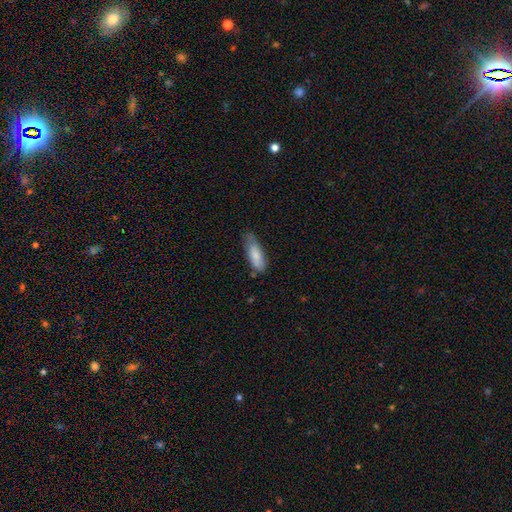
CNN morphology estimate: type=smooth (81%); roundness=in between (65%); merging=none (57%).